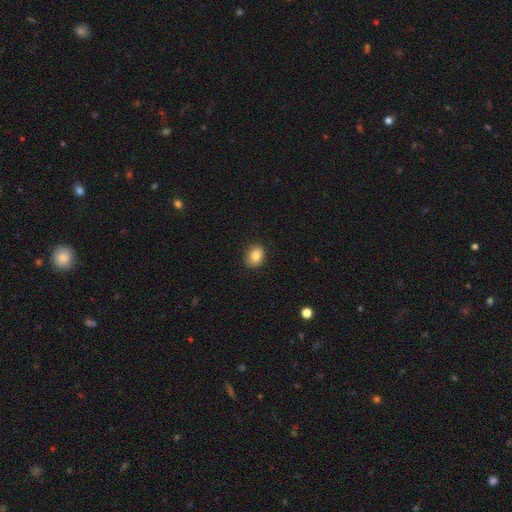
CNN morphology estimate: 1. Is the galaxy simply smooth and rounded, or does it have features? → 83% smooth, 9% star or artifact, 8% featured or disk.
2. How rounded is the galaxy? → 57% in between, 42% round, 1% cigar-shaped.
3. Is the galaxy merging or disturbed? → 85% none, 11% minor disturbance, 2% major disturbance, 1% merger.